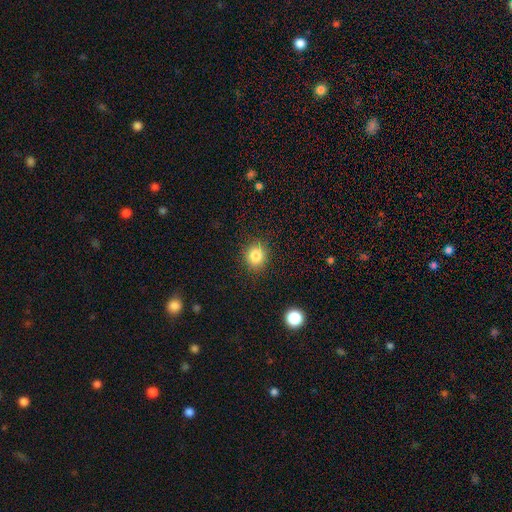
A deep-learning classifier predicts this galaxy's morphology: smooth 82%, star or artifact 11%, featured or disk 6%. Down the decision tree: how rounded — round (80%); merging — none (89%).